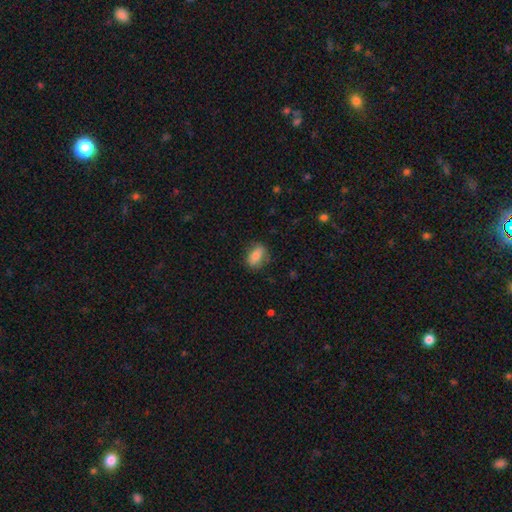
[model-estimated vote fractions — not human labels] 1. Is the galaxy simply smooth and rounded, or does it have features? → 79% smooth, 13% featured or disk, 8% star or artifact.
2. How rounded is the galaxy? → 82% in between, 13% round, 5% cigar-shaped.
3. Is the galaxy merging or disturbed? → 76% none, 18% minor disturbance, 5% major disturbance, 1% merger.